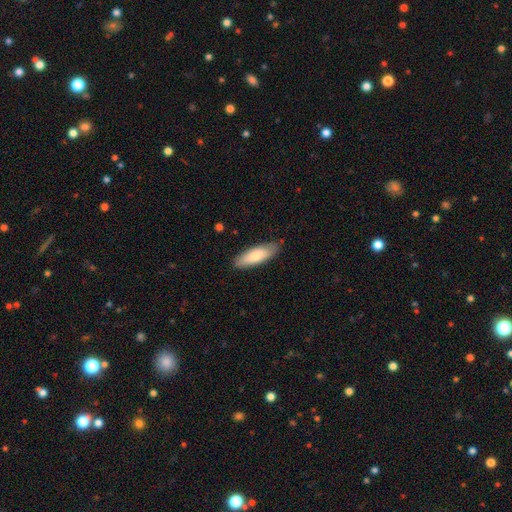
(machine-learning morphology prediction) Smooth or featured? Predicted: smooth (p=0.79). How rounded? Predicted: in between (p=0.60). Merging? Predicted: none (p=0.82).